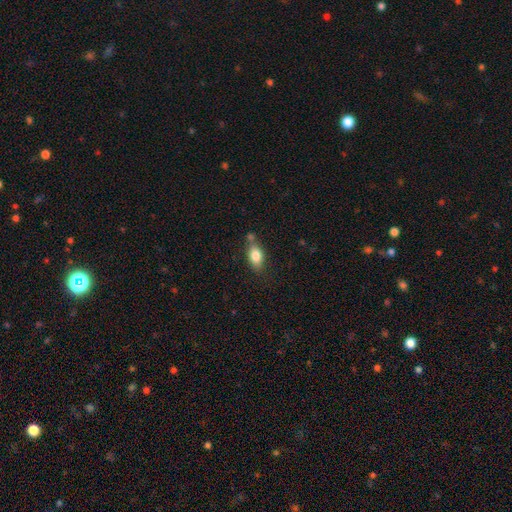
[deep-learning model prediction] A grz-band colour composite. It shows a smooth galaxy with no disk features (81%) that is in between round and cigar-shaped (86%). Merging: none (62%).